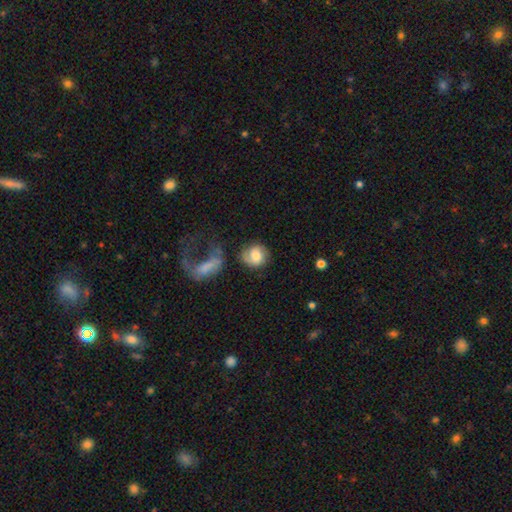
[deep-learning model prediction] A smooth galaxy with no disk features (60%) that is round (78%). Merging: none (61%).